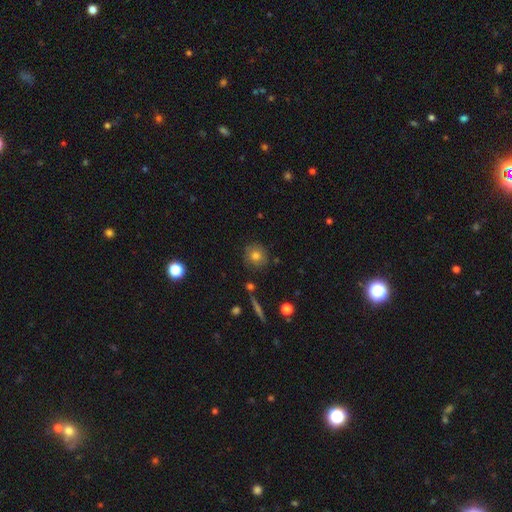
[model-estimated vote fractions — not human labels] The model was most divided on "smooth or featured": smooth: 74%, featured or disk: 15%, star or artifact: 11%. More confident: how rounded — round (91%); merging — none (84%).